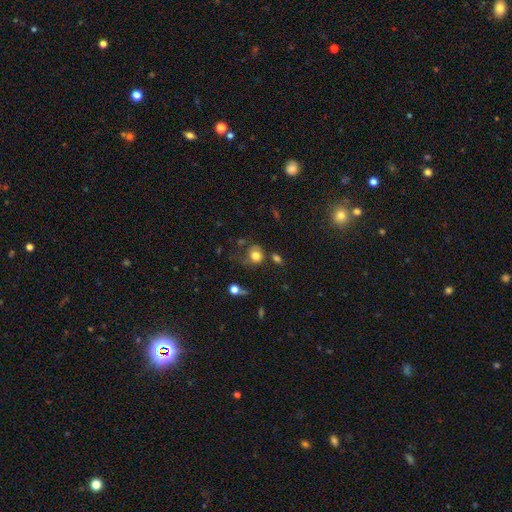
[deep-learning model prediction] Smooth or featured: smooth — 78% (star or artifact — 11%)
How rounded: round — 74% (in between — 25%)
Merging: none — 47% (minor disturbance — 23%)